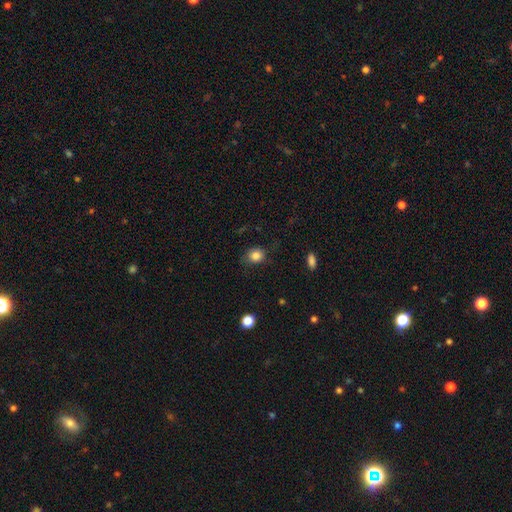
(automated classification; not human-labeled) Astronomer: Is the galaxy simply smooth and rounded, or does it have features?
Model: smooth — 83%.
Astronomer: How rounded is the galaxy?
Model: round — 64%.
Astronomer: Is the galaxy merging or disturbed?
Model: none — 73%.